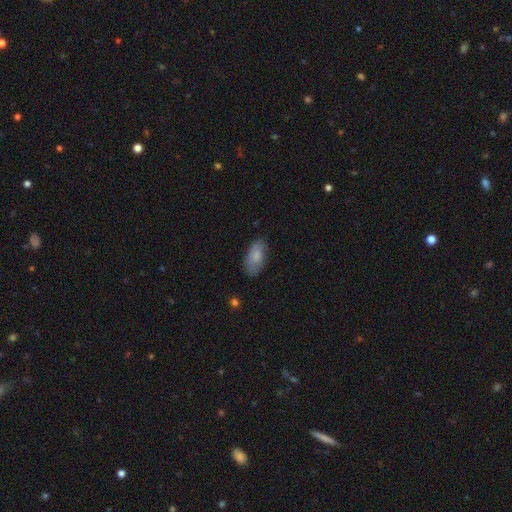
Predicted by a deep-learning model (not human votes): smooth_or_featured: smooth (p=0.81) [alt: featured or disk p=0.12]
how_rounded: in between (p=0.92) [alt: cigar-shaped p=0.06]
merging: none (p=0.74) [alt: minor disturbance p=0.20]